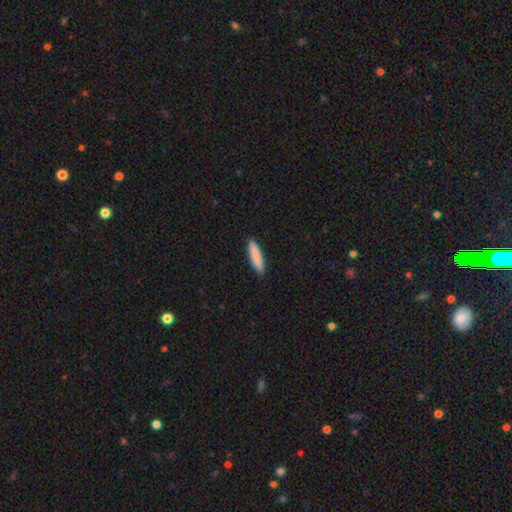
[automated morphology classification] This is clearly a smooth galaxy (87%). How rounded: clearly cigar-shaped (84%). Merging: clearly none (90%).